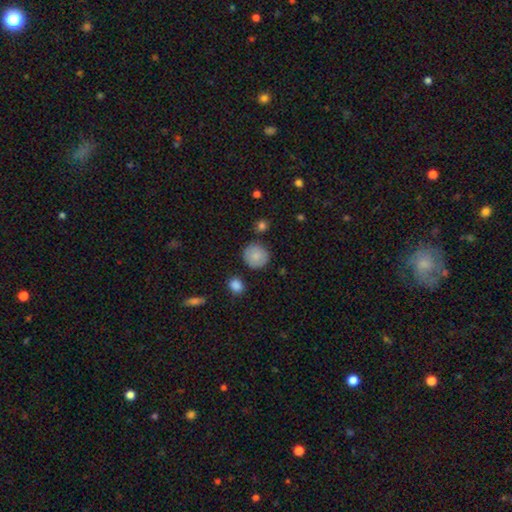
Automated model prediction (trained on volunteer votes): Smooth or featured? Predicted: smooth (p=0.84). How rounded? Predicted: round (p=0.90). Merging? Predicted: none (p=0.81).